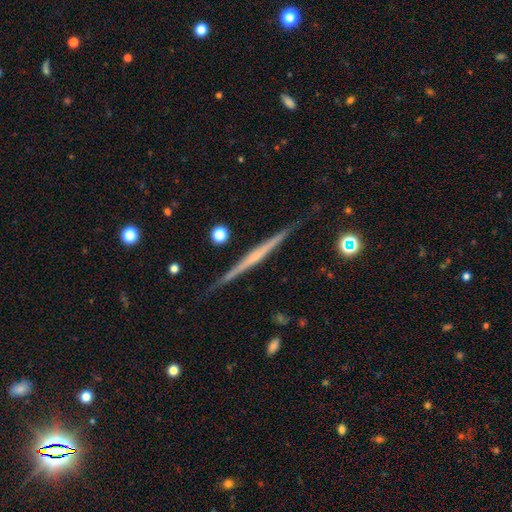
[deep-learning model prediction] Smooth or featured: featured or disk — 78% (smooth — 16%)
Edge-on disk: yes — 98% (no — 2%)
Edge-on bulge: none — 49% (rounded — 40%)
Merging: none — 88% (minor disturbance — 9%)